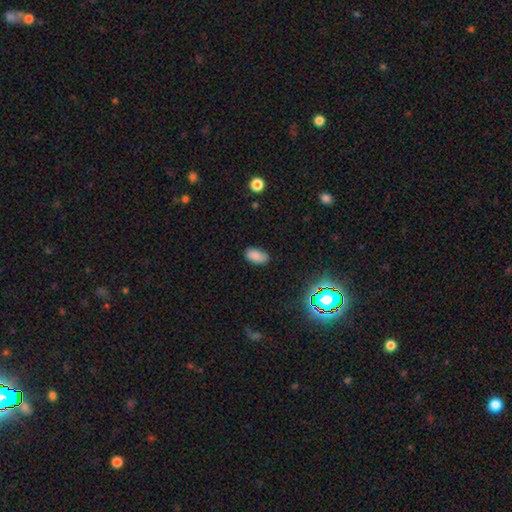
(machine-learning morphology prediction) type=smooth (82%); roundness=in between (94%); merging=none (72%).